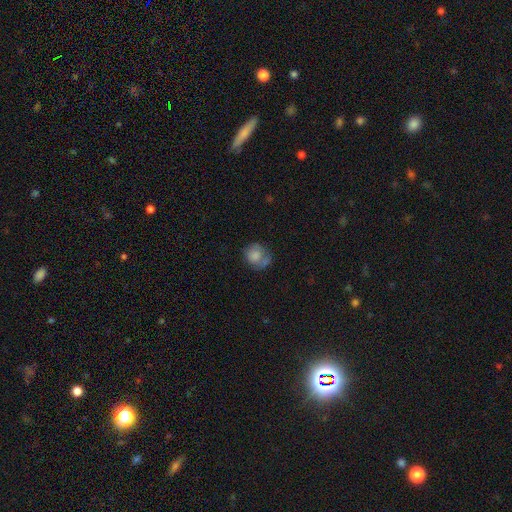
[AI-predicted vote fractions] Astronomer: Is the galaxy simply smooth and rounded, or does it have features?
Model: smooth — 72%.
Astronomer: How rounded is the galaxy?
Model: round — 78%.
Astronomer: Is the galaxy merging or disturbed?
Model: none — 51%.